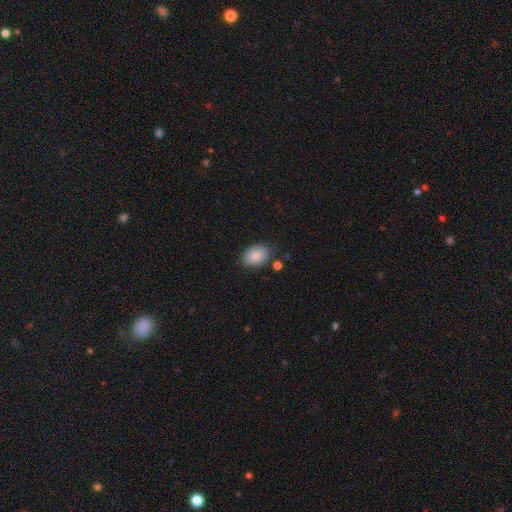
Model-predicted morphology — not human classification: Smooth or featured? smooth (87%)
How rounded? in between (80%)
Merging? none (79%)